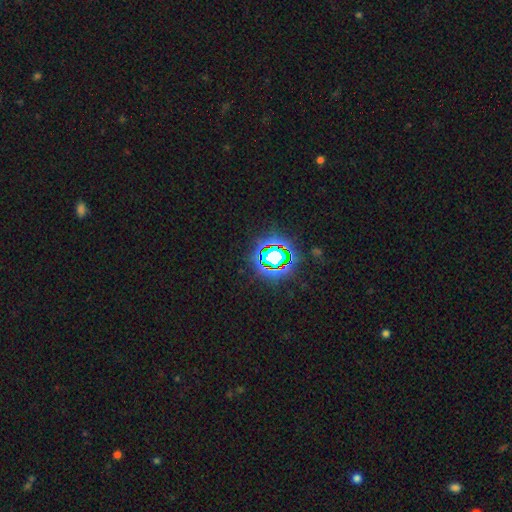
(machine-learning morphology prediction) smooth-or-featured: star or artifact: 82% | smooth: 12% | featured or disk: 6%